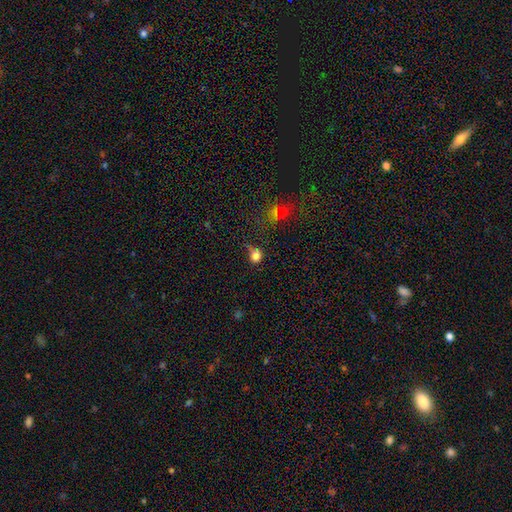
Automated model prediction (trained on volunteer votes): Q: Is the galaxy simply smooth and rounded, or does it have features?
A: smooth — 79%.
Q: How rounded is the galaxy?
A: round — 69%.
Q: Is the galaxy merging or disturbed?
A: none — 42%.